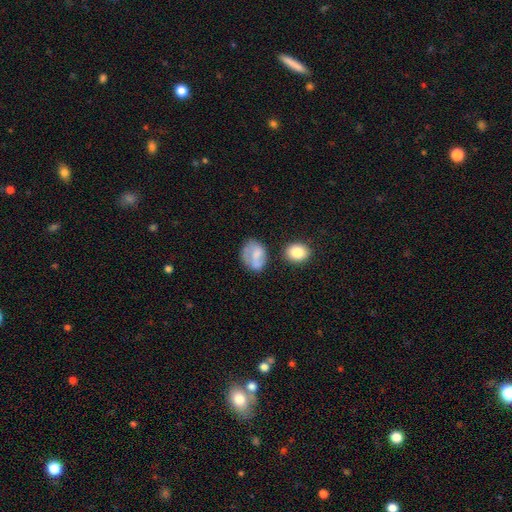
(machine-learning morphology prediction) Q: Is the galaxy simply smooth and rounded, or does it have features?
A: smooth — 62%.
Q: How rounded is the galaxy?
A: in between — 64%.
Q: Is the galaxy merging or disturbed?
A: none — 48%.